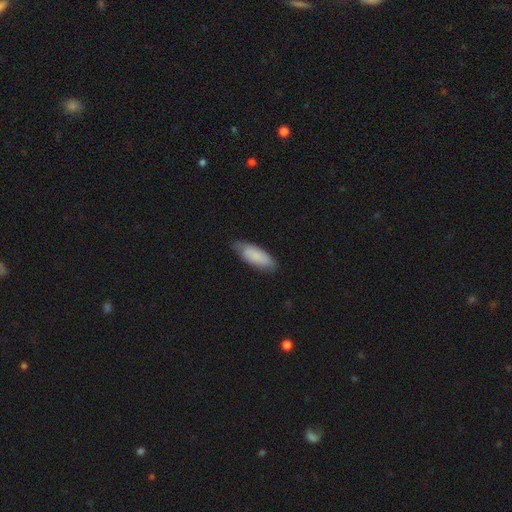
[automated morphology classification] smooth_or_featured: smooth (p=0.82) [alt: featured or disk p=0.13]
how_rounded: in between (p=0.71) [alt: cigar-shaped p=0.28]
merging: none (p=0.69) [alt: minor disturbance p=0.26]